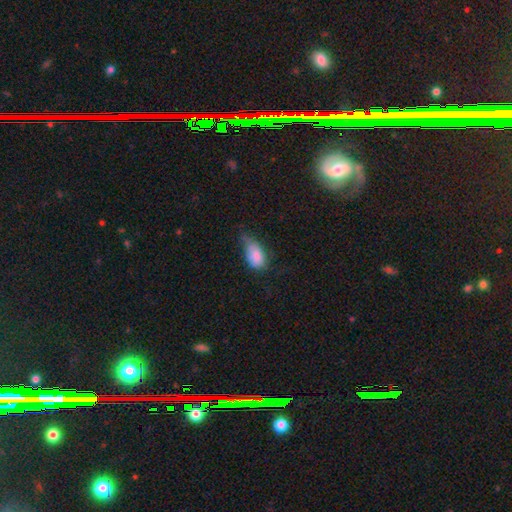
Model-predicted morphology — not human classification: type=smooth (81%); roundness=in between (91%); merging=minor disturbance (46%).